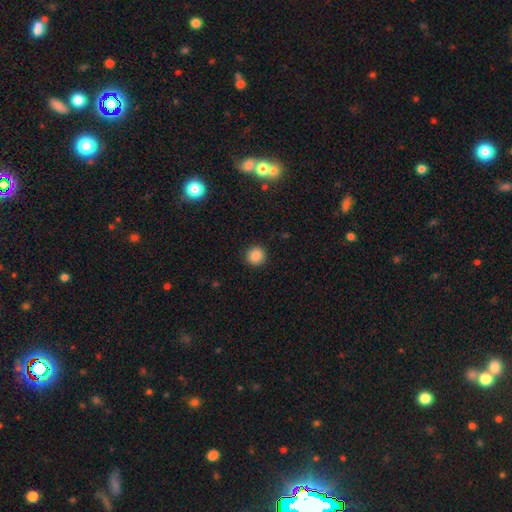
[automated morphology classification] The model was most divided on "smooth or featured": smooth: 86%, star or artifact: 10%, featured or disk: 3%. More confident: how rounded — round (94%); merging — none (92%).